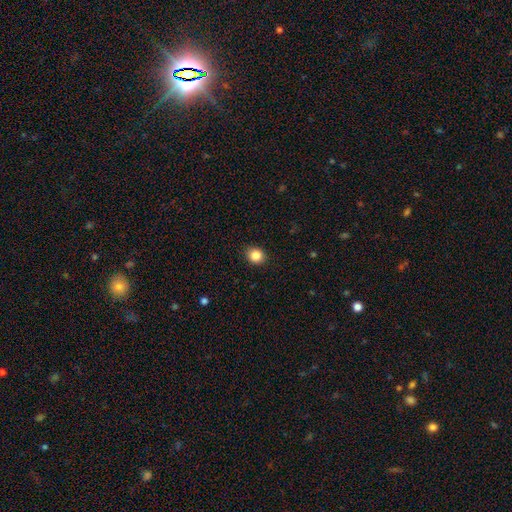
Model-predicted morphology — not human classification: Smooth or featured? Predicted: smooth (p=0.85). How rounded? Predicted: round (p=0.73). Merging? Predicted: none (p=0.91).